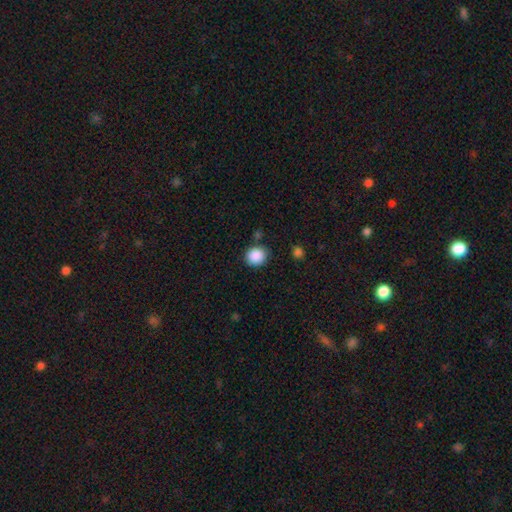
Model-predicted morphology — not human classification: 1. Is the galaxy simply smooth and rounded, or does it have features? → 88% smooth, 9% star or artifact, 3% featured or disk.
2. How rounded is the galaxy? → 86% round, 13% in between, 1% cigar-shaped.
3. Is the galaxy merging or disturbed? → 85% none, 9% minor disturbance, 3% merger, 3% major disturbance.